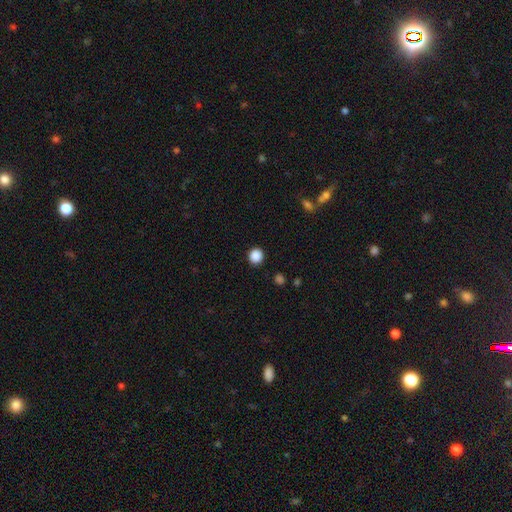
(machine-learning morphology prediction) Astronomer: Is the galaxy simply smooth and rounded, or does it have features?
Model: smooth — 88%.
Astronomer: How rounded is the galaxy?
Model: round — 92%.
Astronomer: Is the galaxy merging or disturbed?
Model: none — 92%.